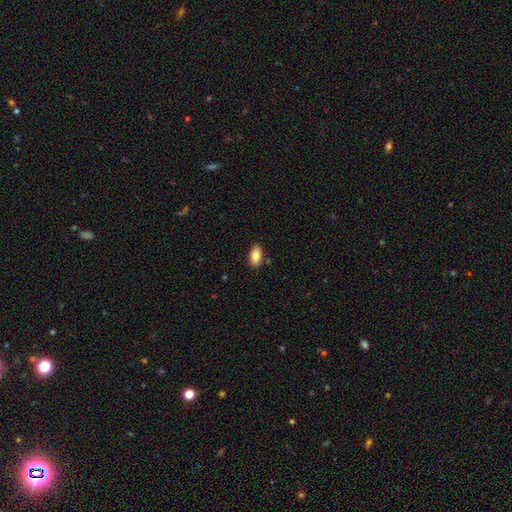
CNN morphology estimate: type=smooth (81%); roundness=in between (92%); merging=none (86%).